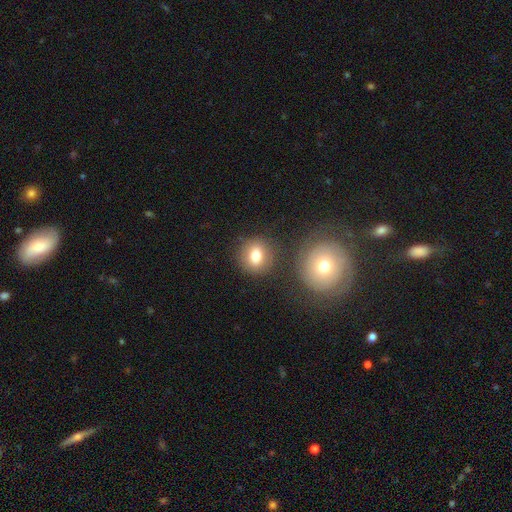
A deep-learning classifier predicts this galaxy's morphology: Smooth or featured?
  - smooth: 80% *
  - featured or disk: 11%
  - star or artifact: 9%
How rounded?
  - round: 73% *
  - in between: 26%
  - cigar-shaped: 1%
Merging?
  - none: 78% *
  - minor disturbance: 10%
  - merger: 9%
  - major disturbance: 4%